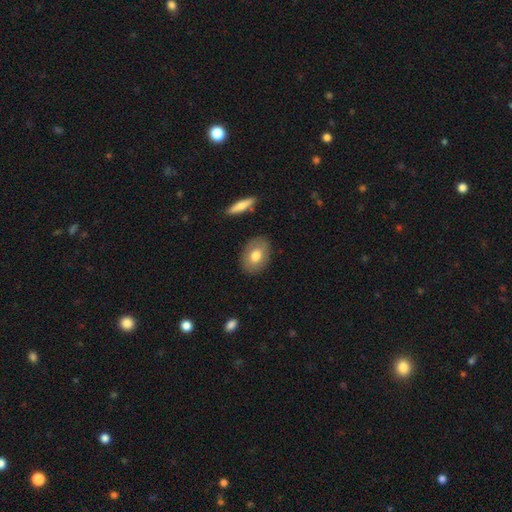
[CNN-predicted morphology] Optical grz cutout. It shows a smooth galaxy with no disk features (74%) that is in between round and cigar-shaped (77%). Merging: none (86%).